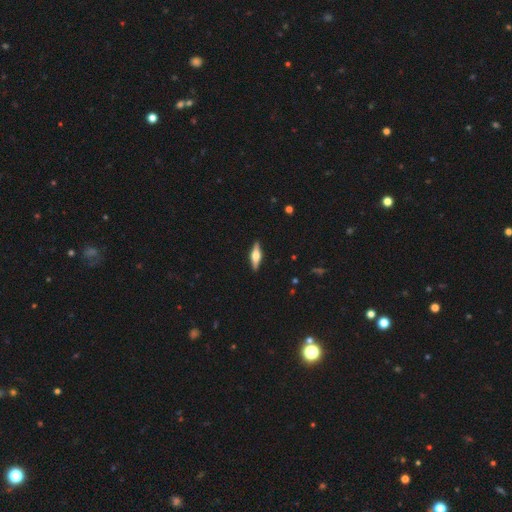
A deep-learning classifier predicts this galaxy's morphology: The model was most divided on "smooth or featured": featured or disk: 65%, smooth: 30%, star or artifact: 6%. More confident: edge-on disk — yes (96%); edge-on bulge — rounded (92%); merging — none (90%).